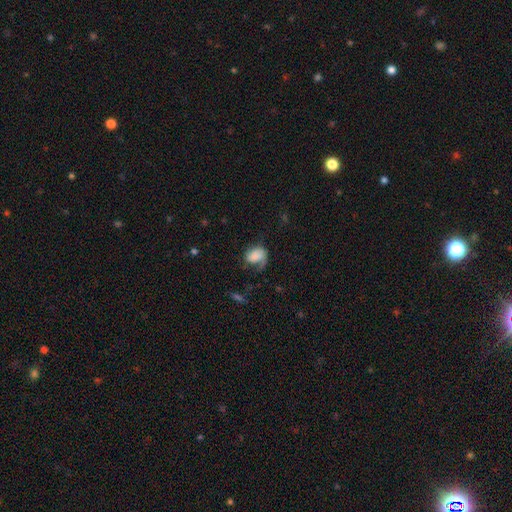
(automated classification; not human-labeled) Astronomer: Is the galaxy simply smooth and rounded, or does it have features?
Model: smooth — 59%.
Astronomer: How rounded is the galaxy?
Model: in between — 69%.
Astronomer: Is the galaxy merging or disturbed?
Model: major disturbance — 37% (runner-up: none, 36%).